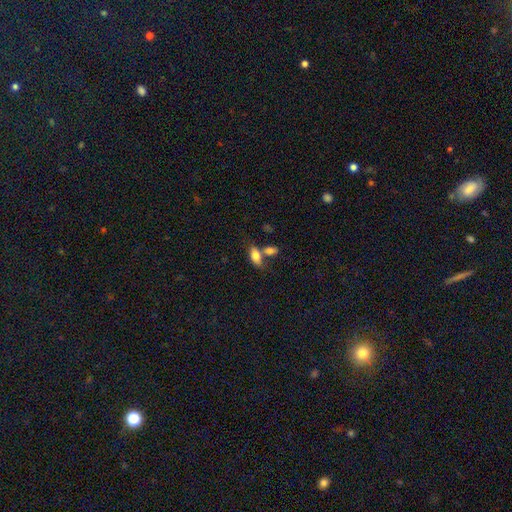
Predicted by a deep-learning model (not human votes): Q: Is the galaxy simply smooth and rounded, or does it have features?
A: smooth — 76%.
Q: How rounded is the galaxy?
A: in between — 86%.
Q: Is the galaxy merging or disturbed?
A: none — 50%.